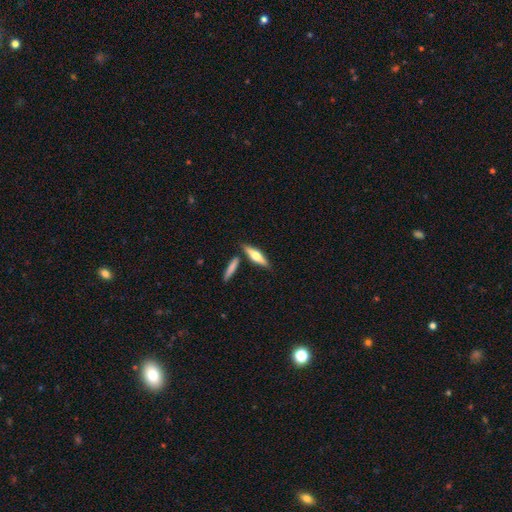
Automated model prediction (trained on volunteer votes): Morphology: type=smooth (49%); merging=none (76%).